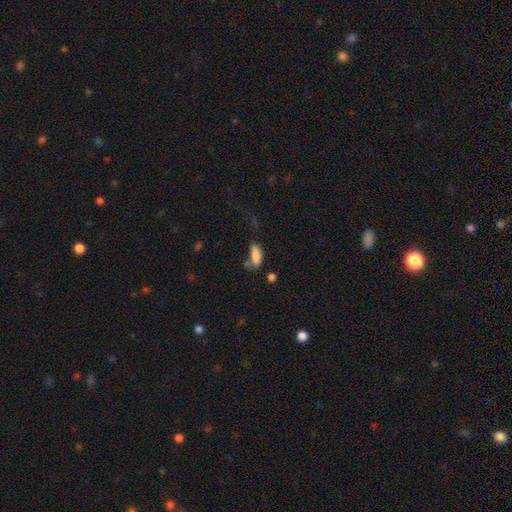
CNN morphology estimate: Smooth or featured? smooth (85%)
How rounded? in between (74%)
Merging? none (53%)